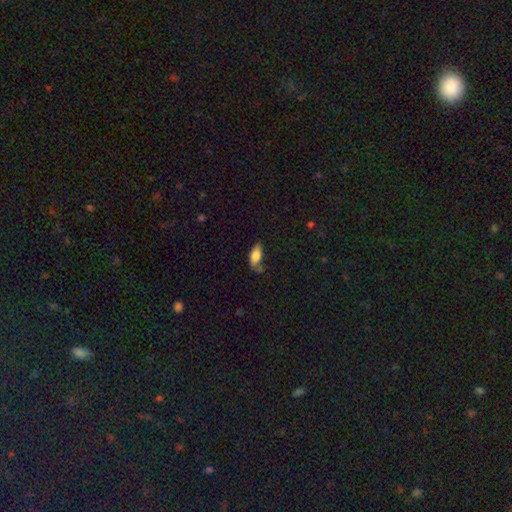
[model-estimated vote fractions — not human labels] Smooth or featured: smooth — 77% (featured or disk — 15%)
How rounded: in between — 85% (cigar-shaped — 12%)
Merging: none — 48% (minor disturbance — 33%)